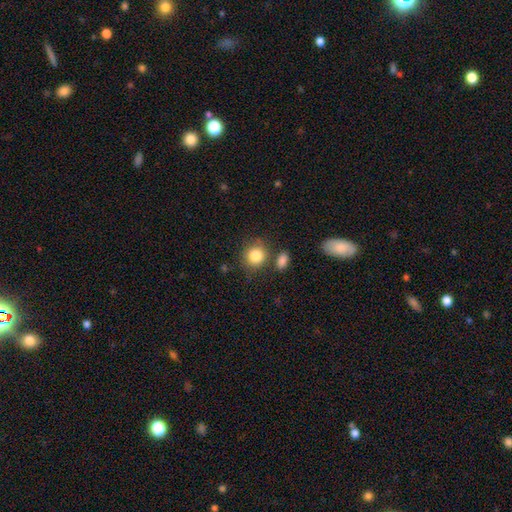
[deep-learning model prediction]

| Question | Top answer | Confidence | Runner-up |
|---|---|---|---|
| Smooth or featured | smooth | 84% | star or artifact (9%) |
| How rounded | round | 83% | in between (16%) |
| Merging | none | 74% | minor disturbance (11%) |